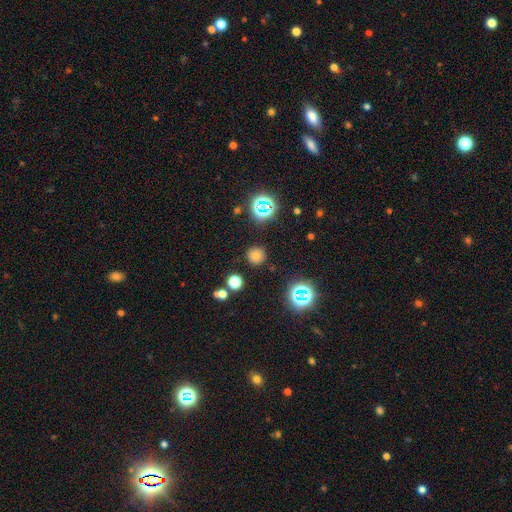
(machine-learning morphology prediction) Smooth or featured? Predicted: smooth (p=0.71). How rounded? Predicted: round (p=0.94). Merging? Predicted: none (p=0.87).